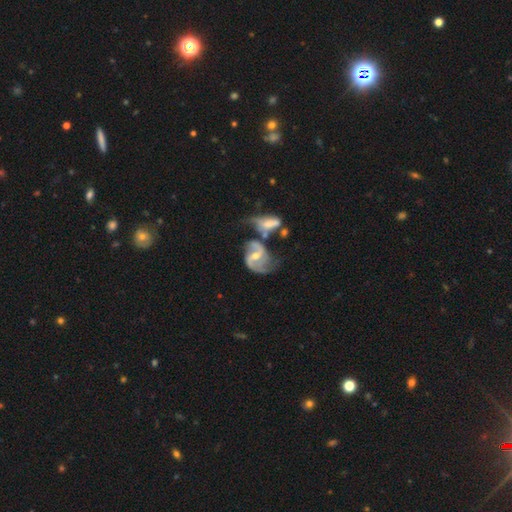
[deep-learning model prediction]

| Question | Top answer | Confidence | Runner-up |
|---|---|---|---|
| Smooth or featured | featured or disk | 87% | smooth (8%) |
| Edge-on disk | no | 97% | yes (3%) |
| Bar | weak | 49% | strong (29%) |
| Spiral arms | yes | 96% | no (4%) |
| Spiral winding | medium | 48% | loose (36%) |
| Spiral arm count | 2 | 87% | can't tell (5%) |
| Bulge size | moderate | 53% | small (41%) |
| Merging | none | 34% | merger (32%) |